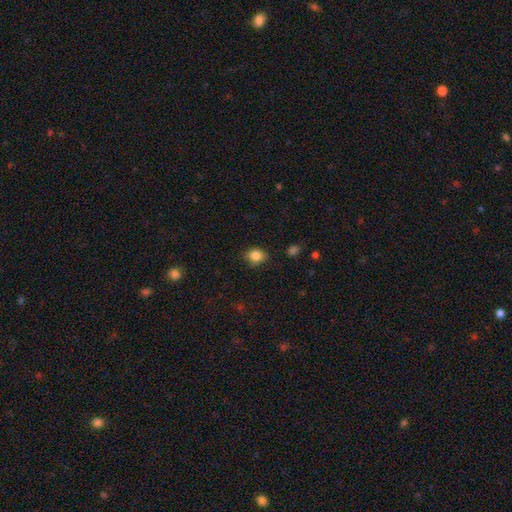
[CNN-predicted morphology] Smooth or featured? Predicted: smooth (p=0.84). How rounded? Predicted: in between (p=0.51). Merging? Predicted: none (p=0.81).